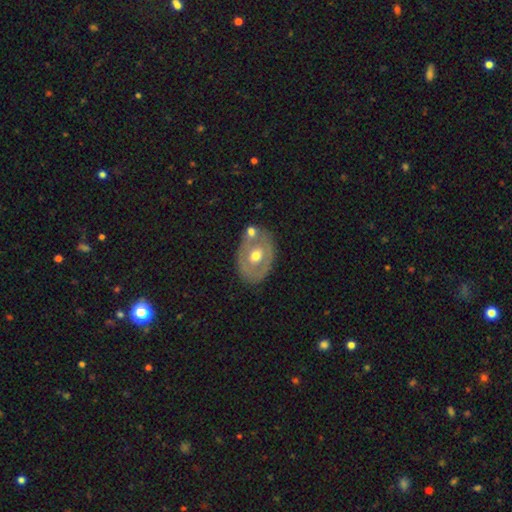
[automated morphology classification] A featured or disk galaxy (56%) with no bar (77%), no spiral arms (83%) and a moderate central bulge (77%).

Vote fractions:
- Smooth or featured? featured or disk: 56% / smooth: 38% / star or artifact: 6%
- Edge-on disk? no: 92% / yes: 8%
- Bar? no: 77% / weak: 18% / strong: 6%
- Spiral arms? no: 83% / yes: 17%
- Bulge size? moderate: 77% / small: 11% / large: 9% / none: 1% / dominant: 1%
- Merging? none: 62% / minor disturbance: 17% / merger: 15% / major disturbance: 6%